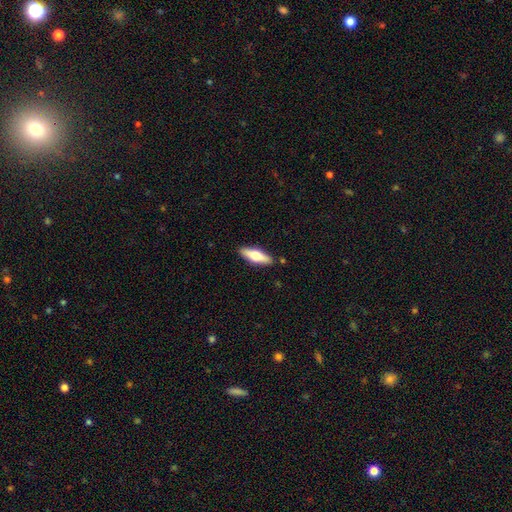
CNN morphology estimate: Overall: smooth (49%; featured or disk 46%). Merging: none (89%).